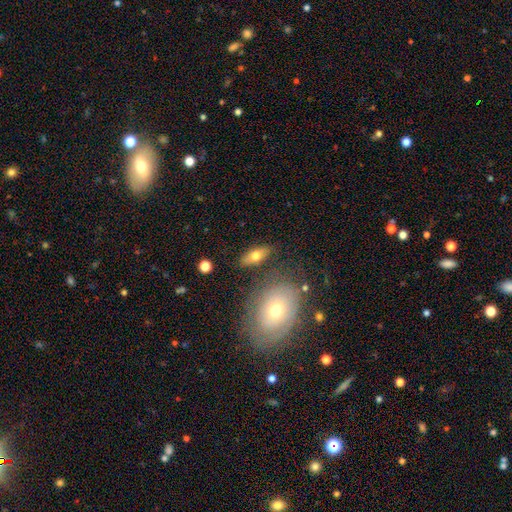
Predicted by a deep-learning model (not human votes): smooth-or-featured: smooth: 68% | featured or disk: 24% | star or artifact: 8%
  how-rounded: in between: 81% | cigar-shaped: 13% | round: 5%
  merging: none: 79% | minor disturbance: 12% | merger: 6% | major disturbance: 4%